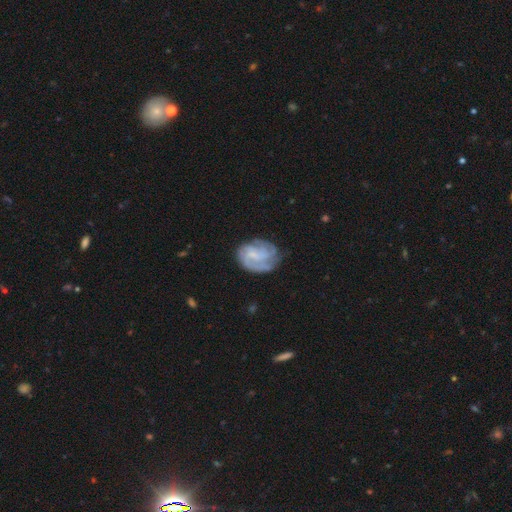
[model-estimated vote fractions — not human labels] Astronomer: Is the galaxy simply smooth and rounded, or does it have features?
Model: featured or disk — 75%.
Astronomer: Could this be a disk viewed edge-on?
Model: no — 98%.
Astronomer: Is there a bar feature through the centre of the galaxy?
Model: no — 50% (runner-up: weak, 40%).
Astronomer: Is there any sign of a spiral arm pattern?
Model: yes — 91%.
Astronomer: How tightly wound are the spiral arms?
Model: tight — 53% (runner-up: medium, 35%).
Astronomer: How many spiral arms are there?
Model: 2 — 29% (runner-up: can't tell, 28%).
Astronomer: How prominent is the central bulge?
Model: none — 40% (runner-up: small, 39%).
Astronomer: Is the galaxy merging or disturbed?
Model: none — 64%.